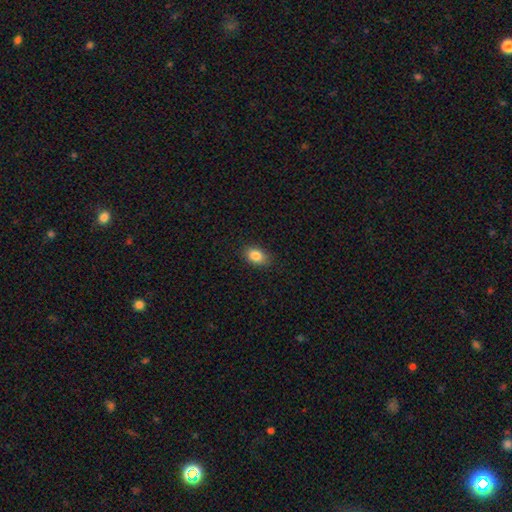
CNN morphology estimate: type=smooth (85%); roundness=in between (83%); merging=none (87%).